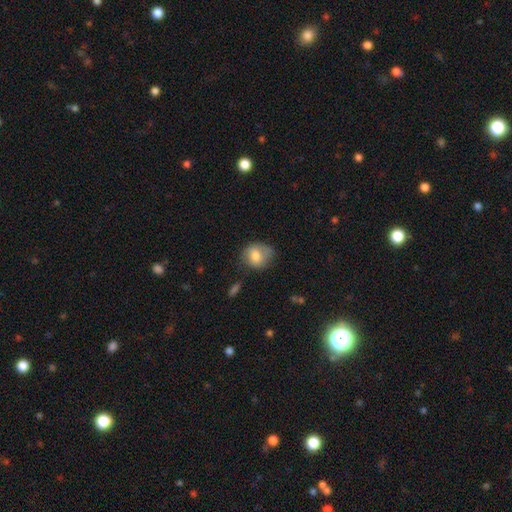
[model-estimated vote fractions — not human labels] Q: Smooth or featured?
A: smooth (74%); runner-up: featured or disk (18%)
Q: How rounded?
A: round (62%); runner-up: in between (37%)
Q: Merging?
A: none (59%); runner-up: minor disturbance (29%)